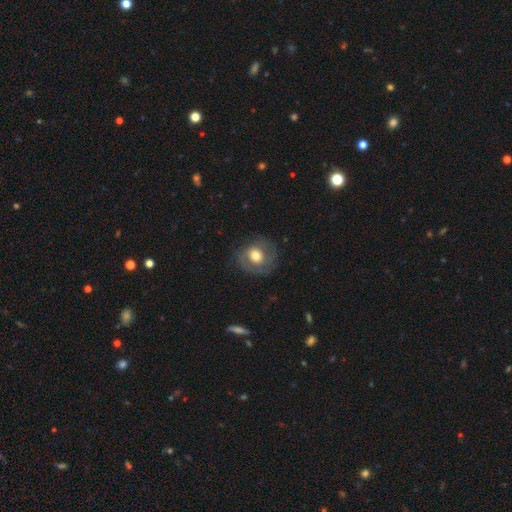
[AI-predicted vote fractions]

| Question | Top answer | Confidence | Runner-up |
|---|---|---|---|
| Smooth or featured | featured or disk | 50% | smooth (42%) |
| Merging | none | 74% | minor disturbance (16%) |